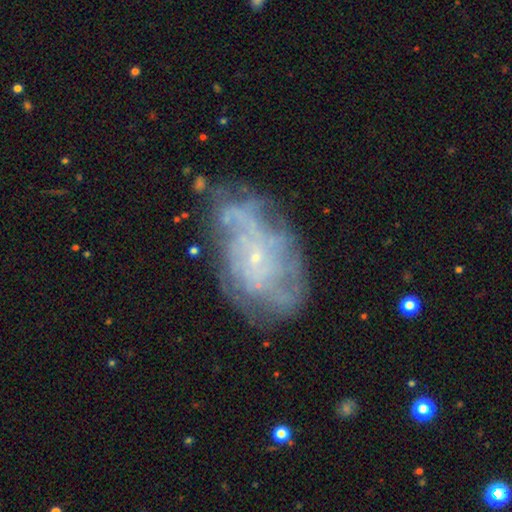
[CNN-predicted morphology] This appears to be a featured or disk galaxy (76%) with no bar (78%), tight (52%) spiral arms (78%) and a small central bulge (87%). Merging: none (58%).